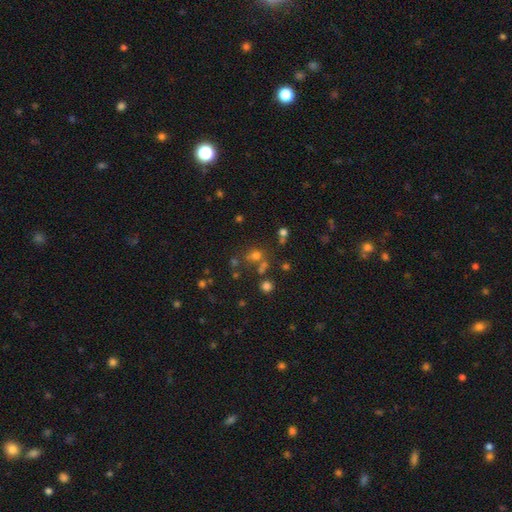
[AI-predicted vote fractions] The model was most divided on "smooth or featured": smooth: 55%, star or artifact: 33%, featured or disk: 12%. More confident: how rounded — round (66%); merging — none (60%).